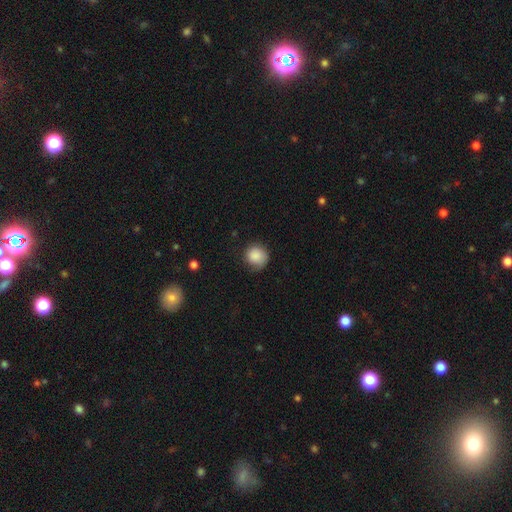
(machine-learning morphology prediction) This appears to be a smooth galaxy with no disk features (87%) that is round (89%). Merging: none (74%).